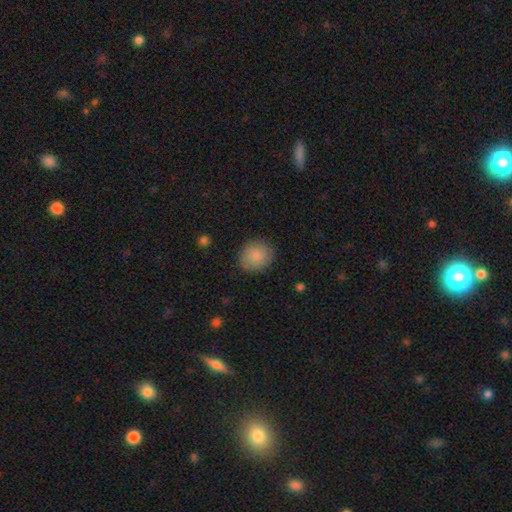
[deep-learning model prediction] This appears to be a smooth galaxy with no disk features (84%) that is round (76%). Merging: none (86%).